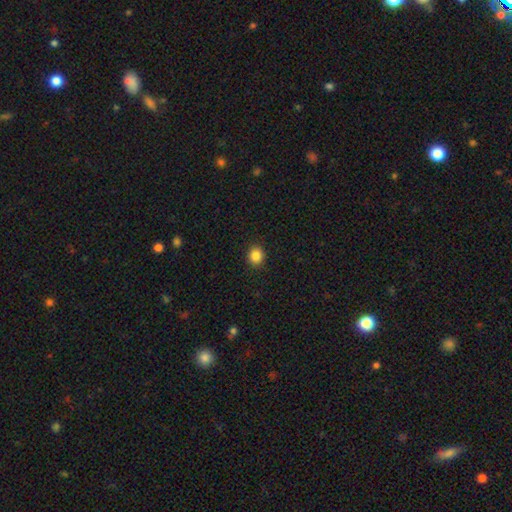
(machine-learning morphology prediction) Q: Smooth or featured?
A: smooth (86%); runner-up: star or artifact (11%)
Q: How rounded?
A: round (77%); runner-up: in between (22%)
Q: Merging?
A: none (91%); runner-up: minor disturbance (6%)